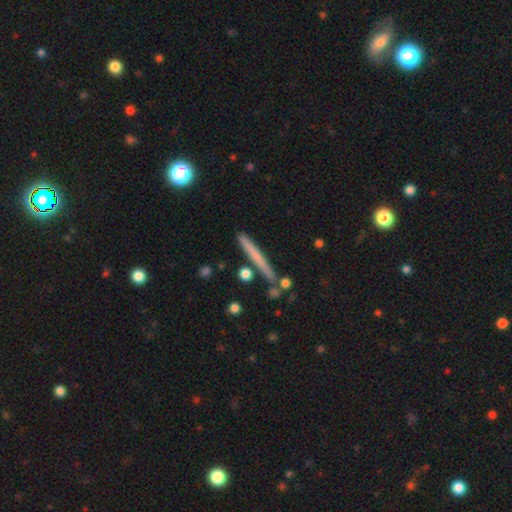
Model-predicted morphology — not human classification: Smooth or featured? smooth (57%)
How rounded? cigar-shaped (96%)
Merging? none (82%)